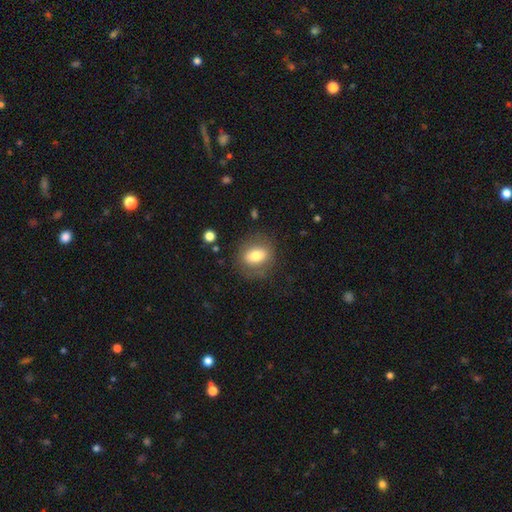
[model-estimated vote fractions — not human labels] A smooth galaxy with no disk features (72%) that is in between round and cigar-shaped (54%).

Vote fractions:
- Smooth or featured? smooth: 72% / featured or disk: 20% / star or artifact: 8%
- How rounded? in between: 54% / round: 44% / cigar-shaped: 2%
- Merging? none: 77% / minor disturbance: 14% / major disturbance: 7% / merger: 2%